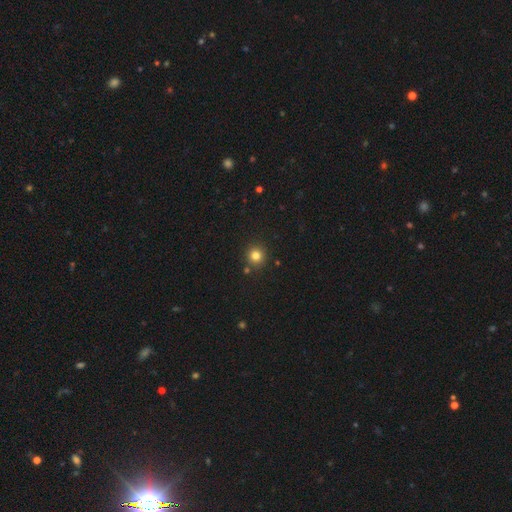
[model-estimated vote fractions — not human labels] A smooth galaxy with no disk features (81%) that is round (93%).

Vote fractions:
- Smooth or featured? smooth: 81% / star or artifact: 14% / featured or disk: 6%
- How rounded? round: 93% / in between: 6% / cigar-shaped: 1%
- Merging? none: 86% / minor disturbance: 7% / merger: 5% / major disturbance: 2%